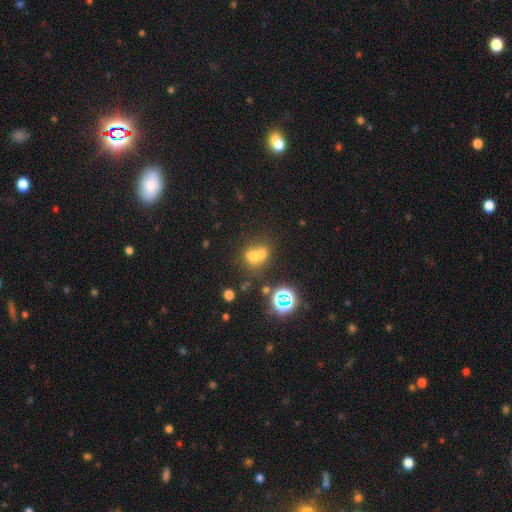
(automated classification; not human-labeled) Smooth or featured: smooth — 59% (star or artifact — 23%)
How rounded: round — 71% (in between — 28%)
Merging: merger — 60% (none — 30%)